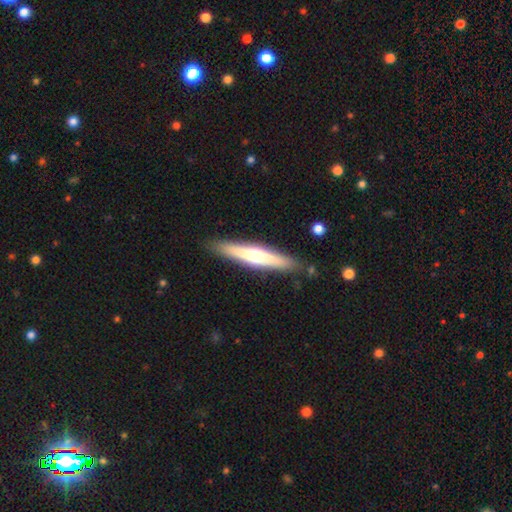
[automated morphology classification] smooth_or_featured: featured or disk (p=0.50) [alt: smooth p=0.45]
disk_edge_on: yes (p=0.93) [alt: no p=0.07]
merging: none (p=0.87) [alt: minor disturbance p=0.09]